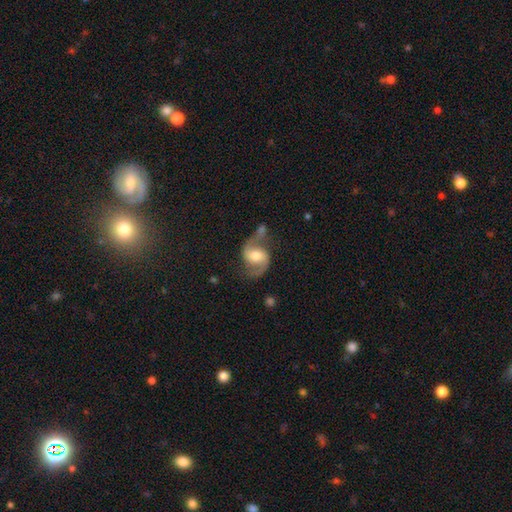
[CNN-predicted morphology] Smooth or featured? featured or disk (82%)
Edge-on disk? no (98%)
Bar? no (44%)
Spiral arms? yes (95%)
Spiral winding? loose (50%)
Spiral arm count? 2 (92%)
Bulge size? moderate (63%)
Merging? none (55%)